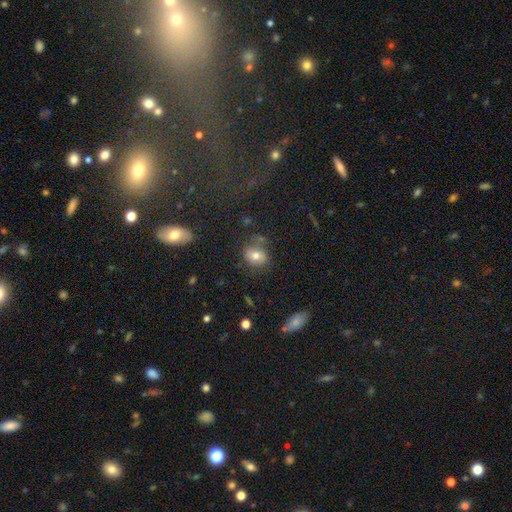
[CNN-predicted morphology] smooth 71%, featured or disk 17%, star or artifact 12%. Down the decision tree: how rounded — round (49%, tied with in between); merging — none (65%).